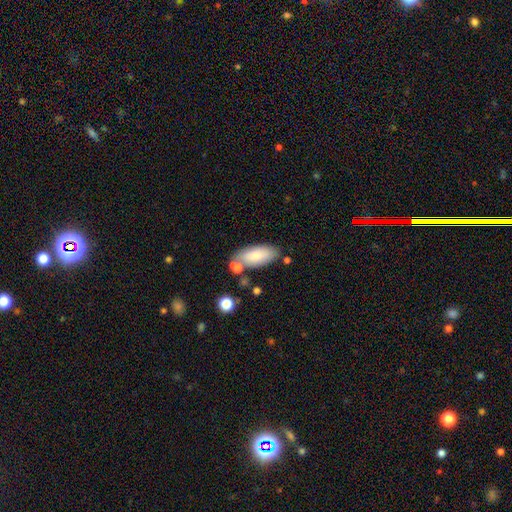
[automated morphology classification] The model was most divided on "merging": none: 67%, minor disturbance: 16%, merger: 12%, major disturbance: 4%. More confident: how rounded — in between (88%); smooth or featured — smooth (79%).